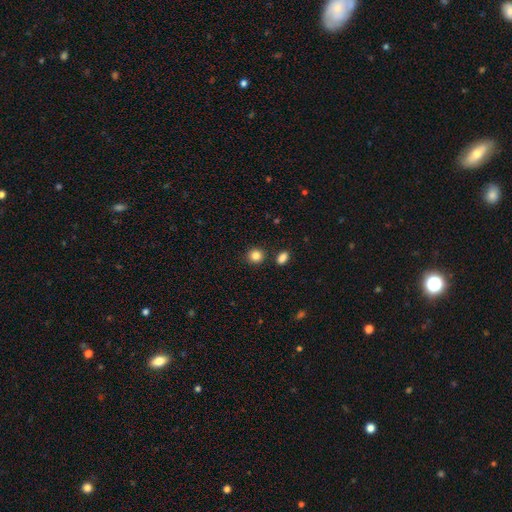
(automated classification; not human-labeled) Smooth or featured? smooth (85%)
How rounded? round (85%)
Merging? none (85%)